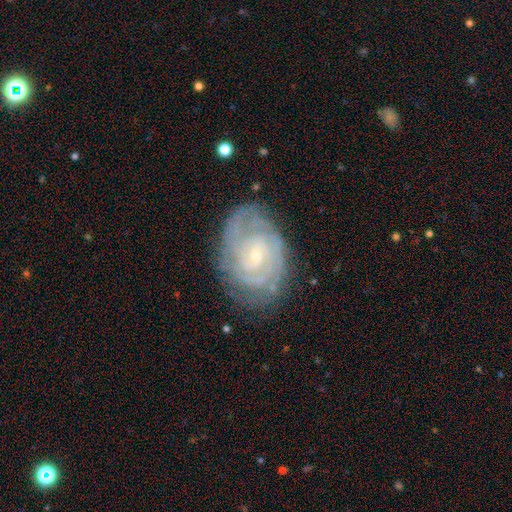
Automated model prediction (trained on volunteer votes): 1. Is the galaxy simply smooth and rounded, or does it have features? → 84% featured or disk, 10% smooth, 6% star or artifact.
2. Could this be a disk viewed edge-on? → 97% no, 3% yes.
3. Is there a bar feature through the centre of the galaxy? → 60% no, 33% weak, 8% strong.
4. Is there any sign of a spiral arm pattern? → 96% yes, 4% no.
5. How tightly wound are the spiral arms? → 76% tight, 21% medium, 4% loose.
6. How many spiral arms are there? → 33% can't tell, 26% 2, 17% 3, 13% 4, 6% more than 4, 5% 1.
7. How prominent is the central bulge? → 80% small, 17% moderate, 2% none, 1% large, 1% dominant.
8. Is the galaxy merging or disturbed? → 77% none, 17% minor disturbance, 5% major disturbance, 1% merger.